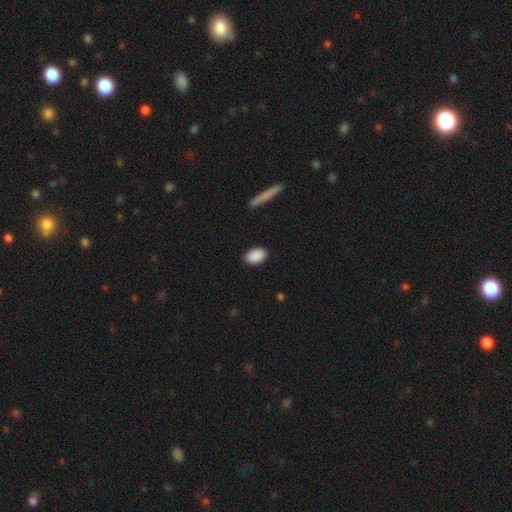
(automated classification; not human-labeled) smooth-or-featured: smooth: 90% | star or artifact: 6% | featured or disk: 4%
  how-rounded: in between: 90% | round: 8% | cigar-shaped: 2%
  merging: none: 87% | minor disturbance: 9% | major disturbance: 2% | merger: 1%